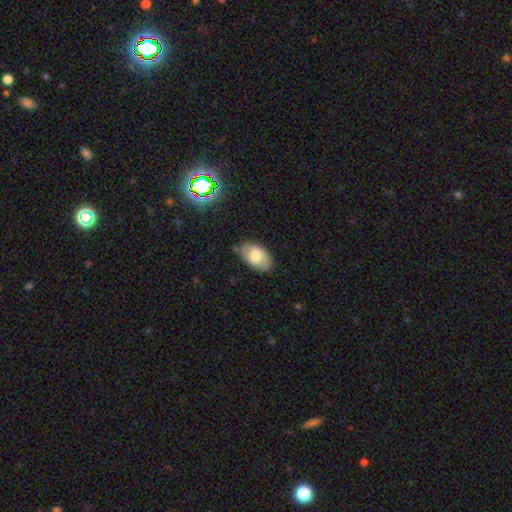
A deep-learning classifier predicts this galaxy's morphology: type=smooth (69%); roundness=in between (93%); merging=none (74%).